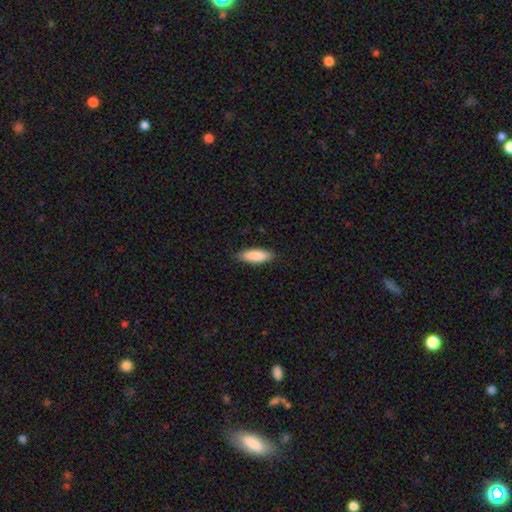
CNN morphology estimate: A smooth galaxy with no disk features (88%) that is in between round and cigar-shaped (63%). Merging: none (86%).